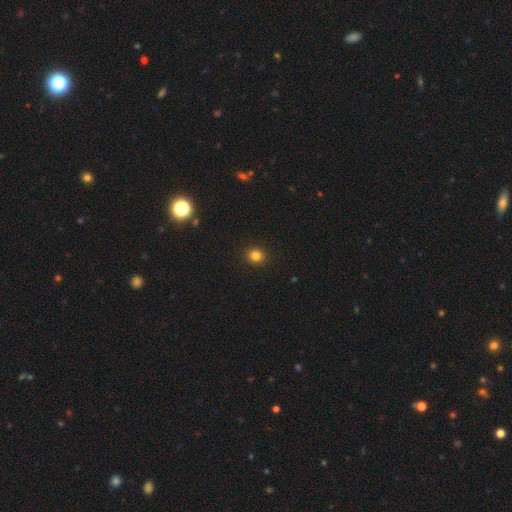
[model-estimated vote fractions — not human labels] smooth_or_featured: smooth (p=0.82) [alt: star or artifact p=0.13]
how_rounded: round (p=0.85) [alt: in between p=0.14]
merging: none (p=0.92) [alt: minor disturbance p=0.05]